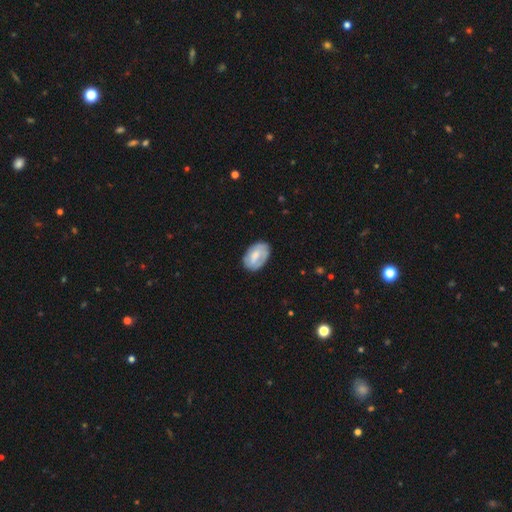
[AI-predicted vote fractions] A smooth galaxy with no disk features (58%) that is in between round and cigar-shaped (88%).

Vote fractions:
- Smooth or featured? smooth: 58% / featured or disk: 35% / star or artifact: 7%
- How rounded? in between: 88% / round: 11% / cigar-shaped: 1%
- Merging? none: 74% / minor disturbance: 20% / major disturbance: 5% / merger: 1%